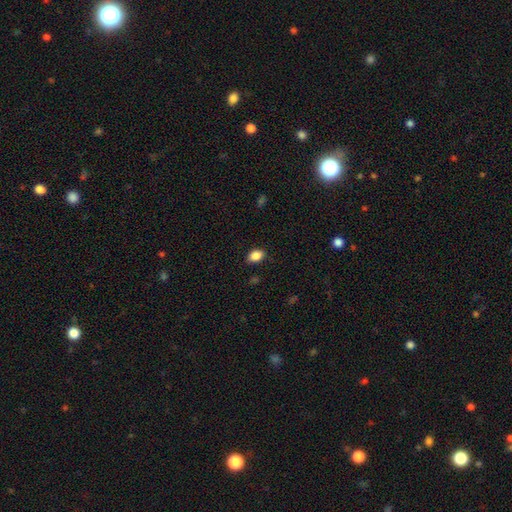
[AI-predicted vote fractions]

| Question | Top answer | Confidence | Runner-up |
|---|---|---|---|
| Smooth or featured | smooth | 87% | star or artifact (9%) |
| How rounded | in between | 82% | round (16%) |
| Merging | none | 84% | minor disturbance (12%) |